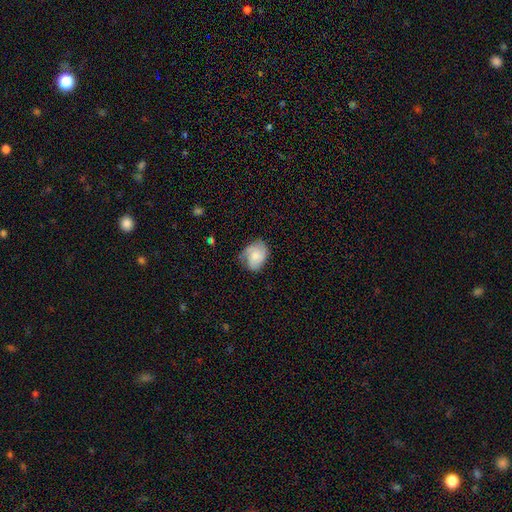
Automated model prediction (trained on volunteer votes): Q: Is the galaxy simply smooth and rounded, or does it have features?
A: smooth — 54%.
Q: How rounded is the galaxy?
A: in between — 62%.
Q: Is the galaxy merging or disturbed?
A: none — 54%.